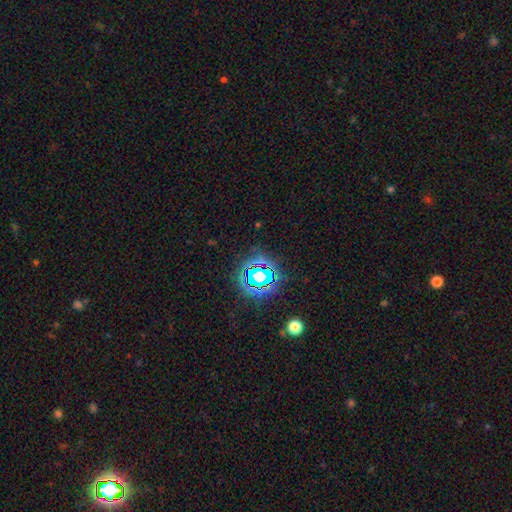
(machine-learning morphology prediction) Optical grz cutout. It shows a star or artifact, not a galaxy (79%).